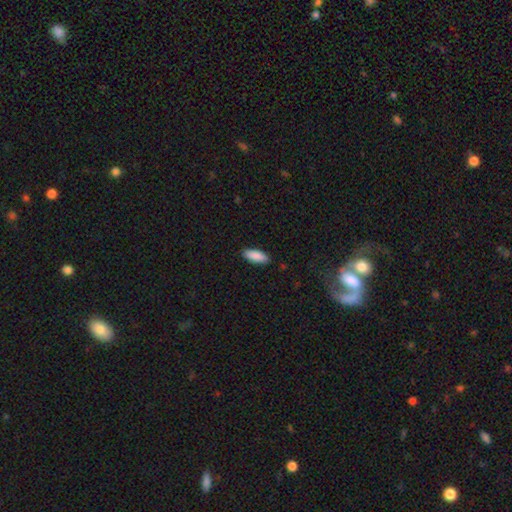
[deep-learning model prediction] Smooth or featured? Predicted: smooth (p=0.90). How rounded? Predicted: in between (p=0.75). Merging? Predicted: none (p=0.89).